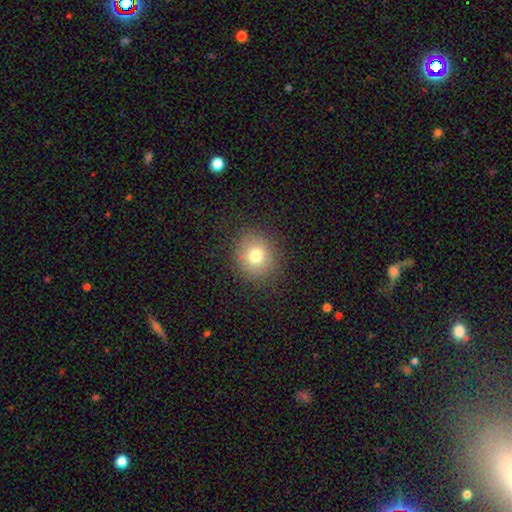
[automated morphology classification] This is likely a smooth galaxy (75%). How rounded: clearly round (80%). Merging: clearly none (86%).